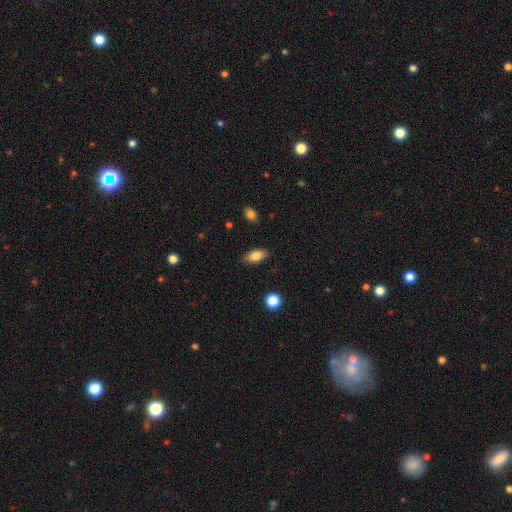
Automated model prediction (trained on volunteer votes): Smooth or featured? smooth (84%)
How rounded? in between (90%)
Merging? none (86%)